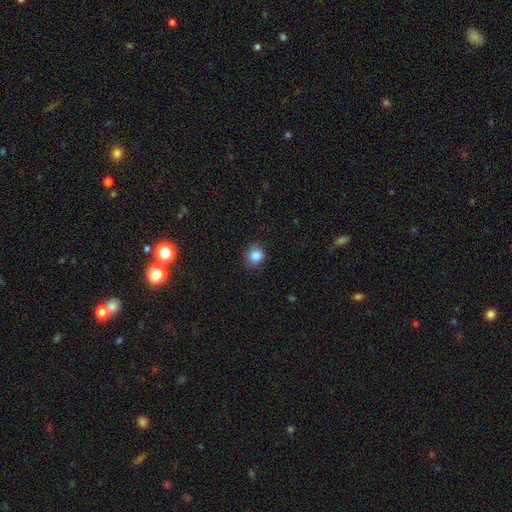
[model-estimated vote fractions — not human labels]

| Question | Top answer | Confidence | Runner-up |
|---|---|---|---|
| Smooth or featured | smooth | 86% | star or artifact (10%) |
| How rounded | round | 86% | in between (13%) |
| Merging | none | 82% | minor disturbance (14%) |